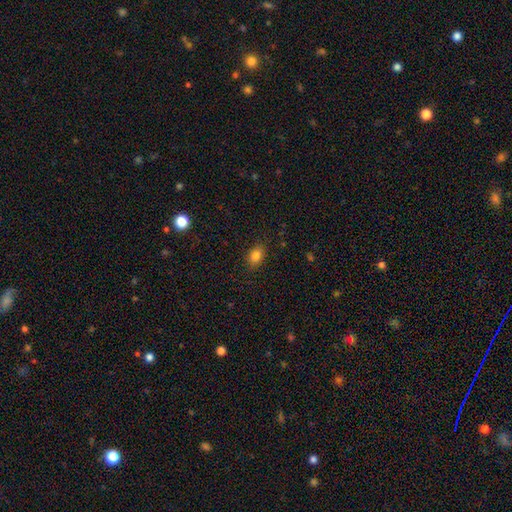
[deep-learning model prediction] A smooth galaxy with no disk features (83%) that is in between round and cigar-shaped (77%).

Vote fractions:
- Smooth or featured? smooth: 83% / star or artifact: 11% / featured or disk: 6%
- How rounded? in between: 77% / round: 21% / cigar-shaped: 2%
- Merging? none: 87% / minor disturbance: 10% / major disturbance: 3% / merger: 1%